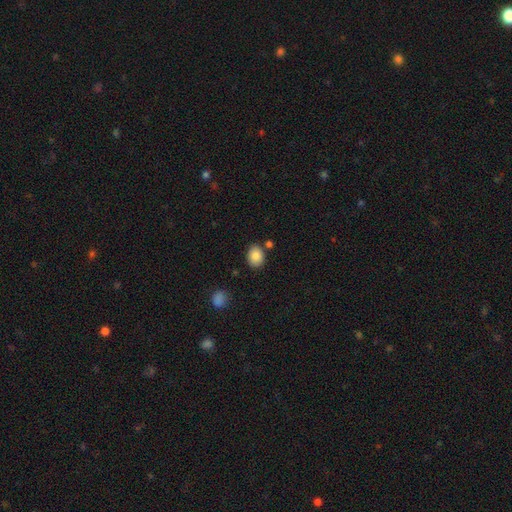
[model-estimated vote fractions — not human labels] Q: Smooth or featured?
A: smooth (86%); runner-up: star or artifact (8%)
Q: How rounded?
A: in between (61%); runner-up: round (38%)
Q: Merging?
A: none (80%); runner-up: minor disturbance (11%)